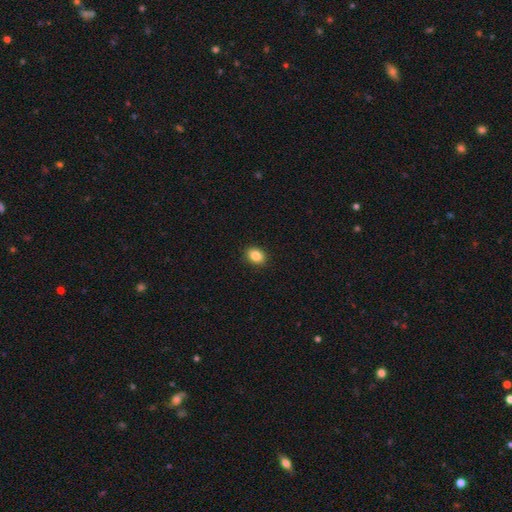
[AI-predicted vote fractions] This appears to be a smooth galaxy with no disk features (87%) that is in between round and cigar-shaped (67%). Merging: none (91%).